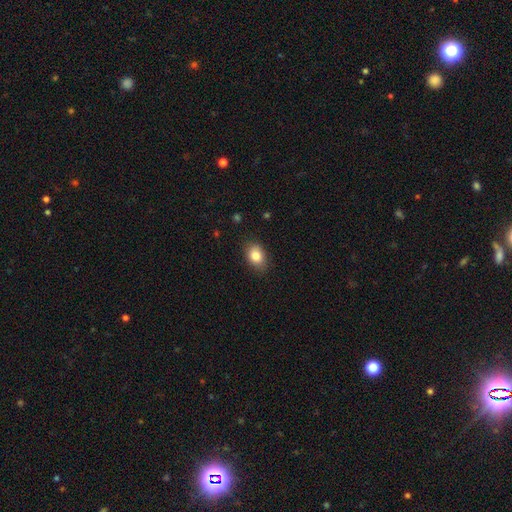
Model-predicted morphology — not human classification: A smooth galaxy with no disk features (83%) that is in between round and cigar-shaped (73%).

Vote fractions:
- Smooth or featured? smooth: 83% / star or artifact: 9% / featured or disk: 8%
- How rounded? in between: 73% / round: 26% / cigar-shaped: 1%
- Merging? none: 85% / minor disturbance: 12% / major disturbance: 2% / merger: 1%